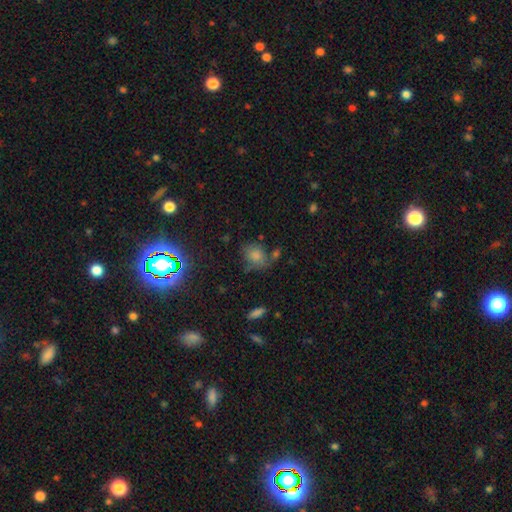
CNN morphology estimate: Smooth or featured: smooth — 76% (star or artifact — 14%)
How rounded: in between — 54% (round — 44%)
Merging: none — 53% (minor disturbance — 24%)